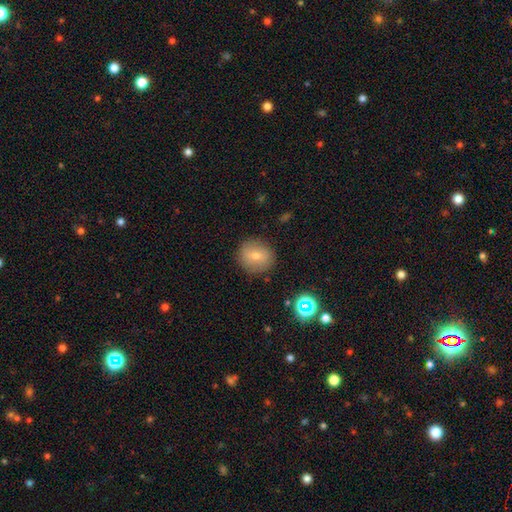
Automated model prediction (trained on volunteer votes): Smooth or featured: smooth — 64% (featured or disk — 22%)
How rounded: round — 86% (in between — 12%)
Merging: none — 88% (minor disturbance — 8%)